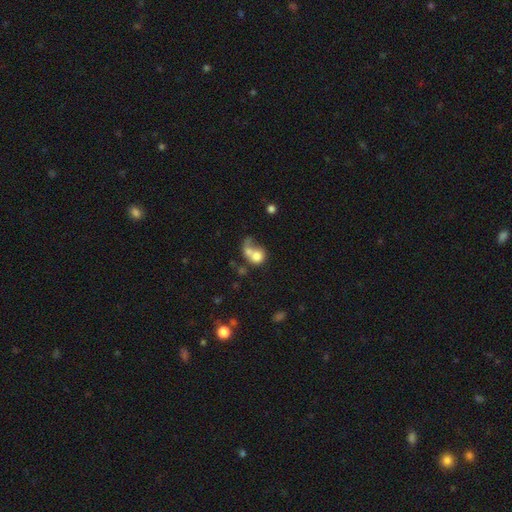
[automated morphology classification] Q: Smooth or featured?
A: smooth (68%); runner-up: featured or disk (22%)
Q: How rounded?
A: round (63%); runner-up: in between (36%)
Q: Merging?
A: merger (61%); runner-up: none (17%)